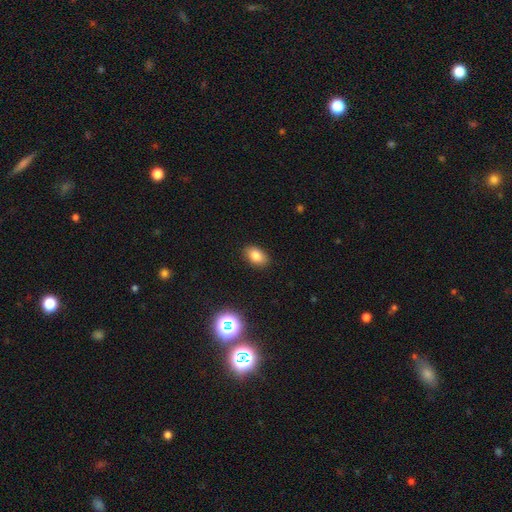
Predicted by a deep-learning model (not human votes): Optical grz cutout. It shows a smooth galaxy with no disk features (82%) that is in between round and cigar-shaped (88%). Merging: none (88%).